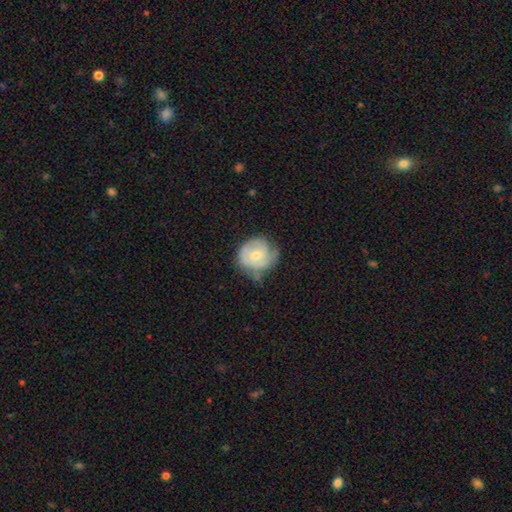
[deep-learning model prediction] smooth_or_featured: featured or disk (p=0.53) [alt: smooth p=0.41]
disk_edge_on: no (p=0.97) [alt: yes p=0.03]
bar: no (p=0.67) [alt: weak p=0.28]
has_spiral_arms: yes (p=0.71) [alt: no p=0.29]
bulge_size: moderate (p=0.47) [tied with: small p=0.47]
merging: none (p=0.51) [alt: minor disturbance p=0.34]